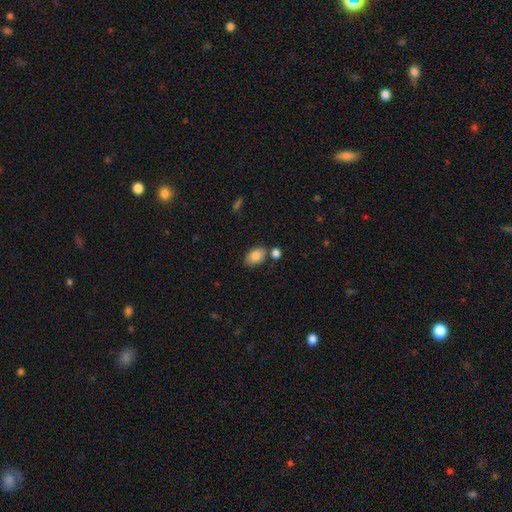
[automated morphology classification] Smooth or featured: smooth — 85% (featured or disk — 8%)
How rounded: in between — 89% (round — 10%)
Merging: none — 72% (minor disturbance — 13%)